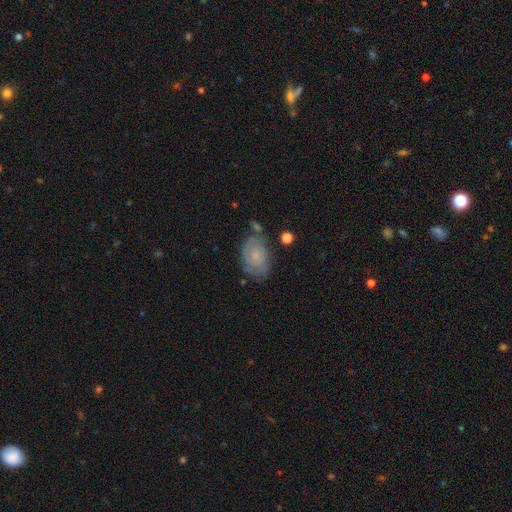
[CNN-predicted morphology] Smooth or featured? Predicted: smooth (p=0.51). How rounded? Predicted: in between (p=0.85). Merging? Predicted: none (p=0.61).